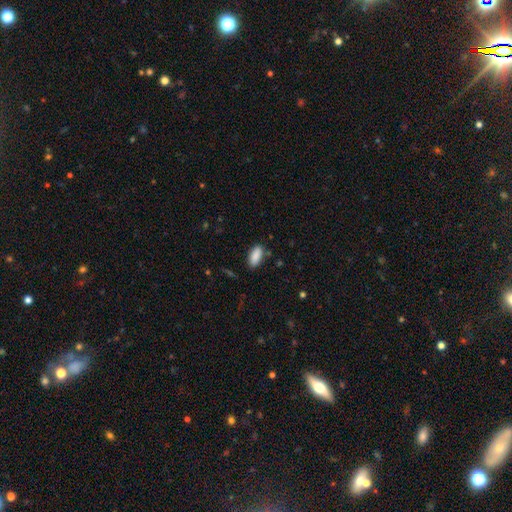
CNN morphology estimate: Smooth or featured: smooth — 89% (star or artifact — 7%)
How rounded: in between — 88% (cigar-shaped — 10%)
Merging: none — 84% (minor disturbance — 11%)